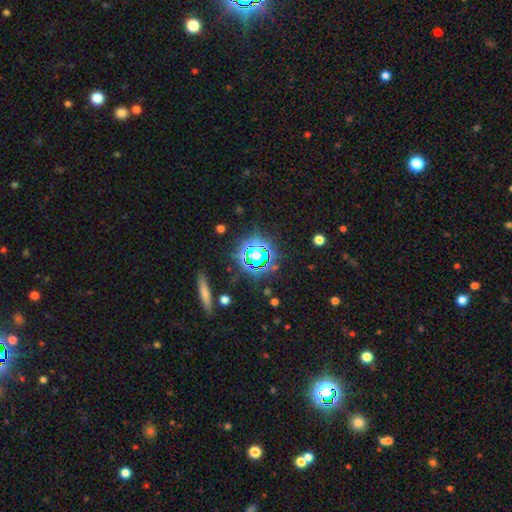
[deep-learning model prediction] Smooth or featured?
  - star or artifact: 62% *
  - smooth: 26%
  - featured or disk: 12%